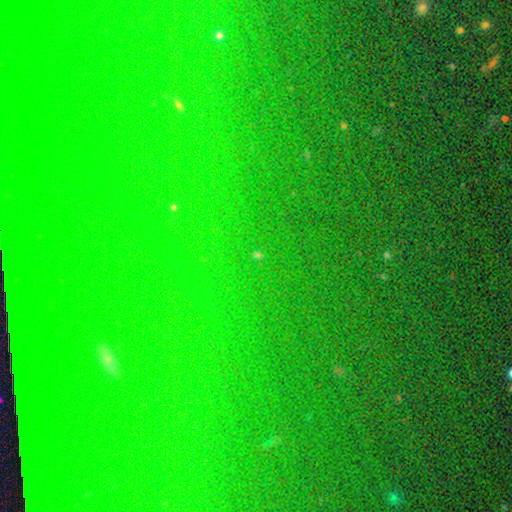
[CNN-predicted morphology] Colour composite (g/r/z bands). It shows a star or artifact, not a galaxy (79%).